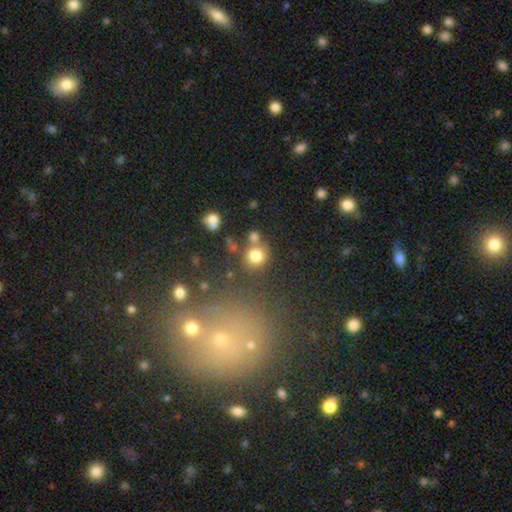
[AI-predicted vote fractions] Smooth or featured? Predicted: smooth (p=0.78). How rounded? Predicted: round (p=0.85). Merging? Predicted: none (p=0.65).